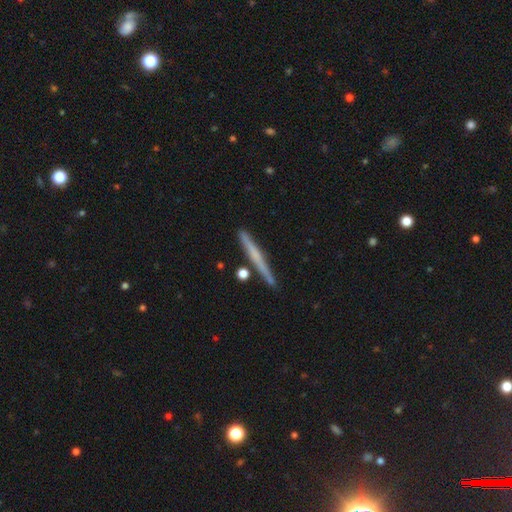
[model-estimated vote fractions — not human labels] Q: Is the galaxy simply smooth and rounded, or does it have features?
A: featured or disk — 53%.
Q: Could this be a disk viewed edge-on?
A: yes — 97%.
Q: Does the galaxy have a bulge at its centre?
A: none — 68%.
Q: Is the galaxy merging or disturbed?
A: none — 86%.